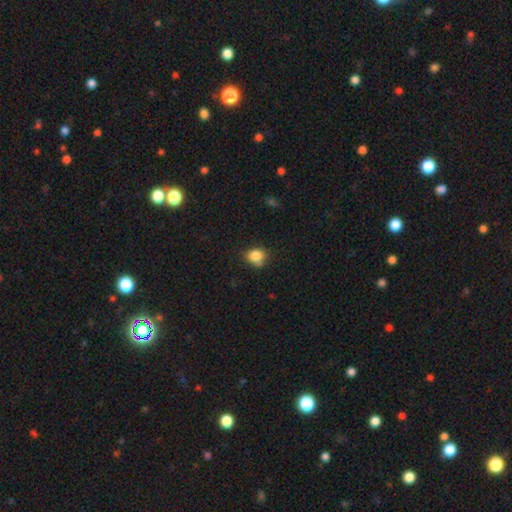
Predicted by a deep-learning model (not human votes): Smooth or featured: smooth — 83% (star or artifact — 11%)
How rounded: round — 67% (in between — 32%)
Merging: none — 60% (minor disturbance — 29%)